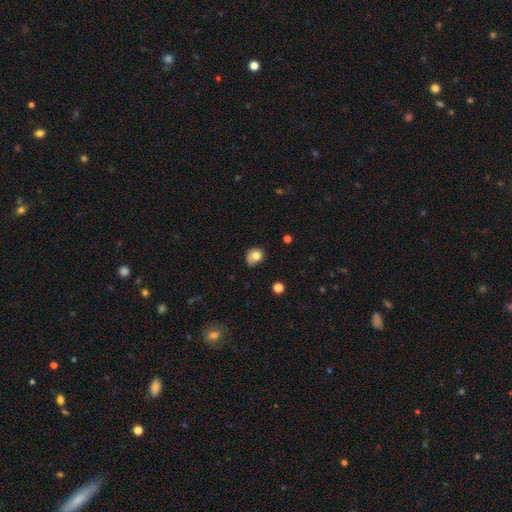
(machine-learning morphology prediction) A smooth galaxy with no disk features (79%) that is round (61%).

Vote fractions:
- Smooth or featured? smooth: 79% / featured or disk: 11% / star or artifact: 10%
- How rounded? round: 61% / in between: 38% / cigar-shaped: 1%
- Merging? none: 46% / minor disturbance: 39% / major disturbance: 12% / merger: 3%